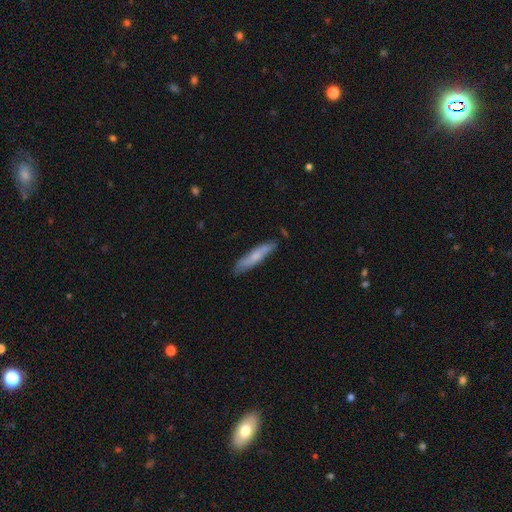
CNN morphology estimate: A smooth galaxy with no disk features (64%) that is cigar-shaped (88%).

Vote fractions:
- Smooth or featured? smooth: 64% / featured or disk: 31% / star or artifact: 5%
- How rounded? cigar-shaped: 88% / in between: 10% / round: 1%
- Merging? none: 80% / minor disturbance: 16% / major disturbance: 2% / merger: 2%